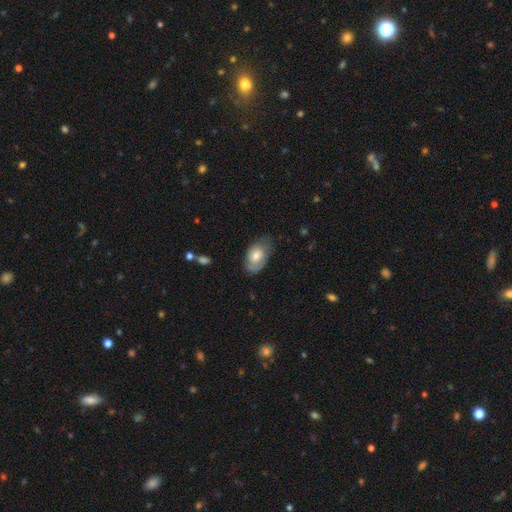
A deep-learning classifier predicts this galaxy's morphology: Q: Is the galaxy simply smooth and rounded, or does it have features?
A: smooth — 61%.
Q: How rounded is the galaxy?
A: in between — 88%.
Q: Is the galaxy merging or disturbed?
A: none — 58%.